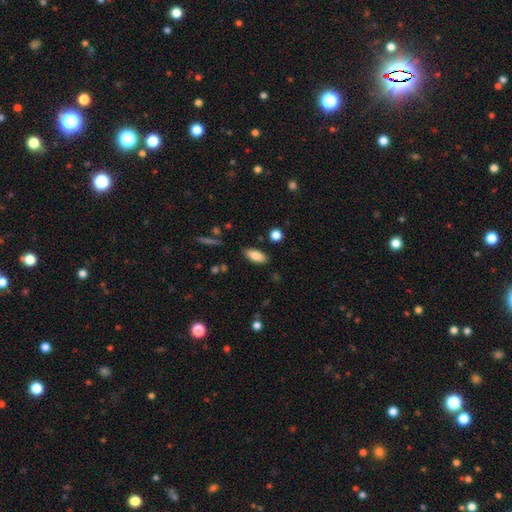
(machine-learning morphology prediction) This appears to be a smooth galaxy with no disk features (84%) that is in between round and cigar-shaped (85%). Merging: none (84%).